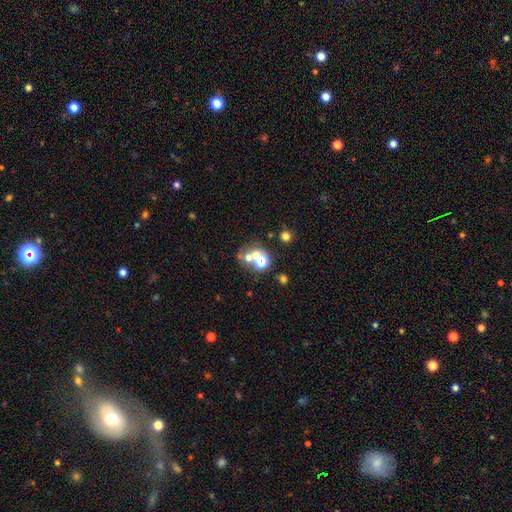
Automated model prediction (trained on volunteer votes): Smooth or featured? smooth (51%)
How rounded? round (76%)
Merging? merger (48%)